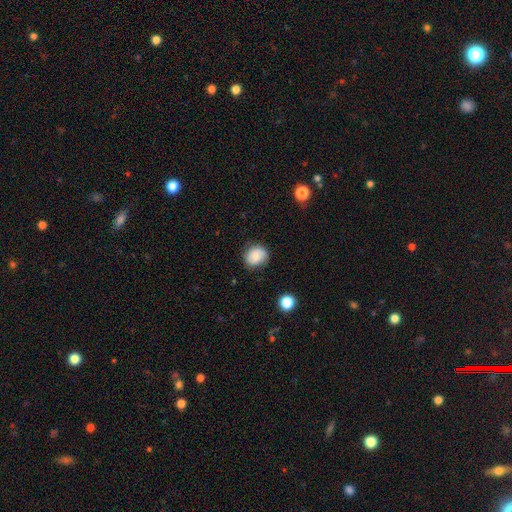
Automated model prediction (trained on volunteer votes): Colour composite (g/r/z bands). It shows a smooth galaxy with no disk features (72%) that is round (65%). Merging: none (74%).